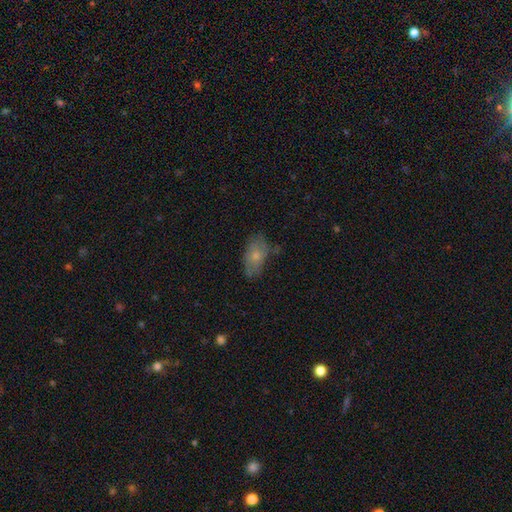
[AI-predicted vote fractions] The model was most divided on "merging": none: 57%, minor disturbance: 29%, major disturbance: 10%, merger: 3%. More confident: how rounded — in between (88%); smooth or featured — smooth (64%).